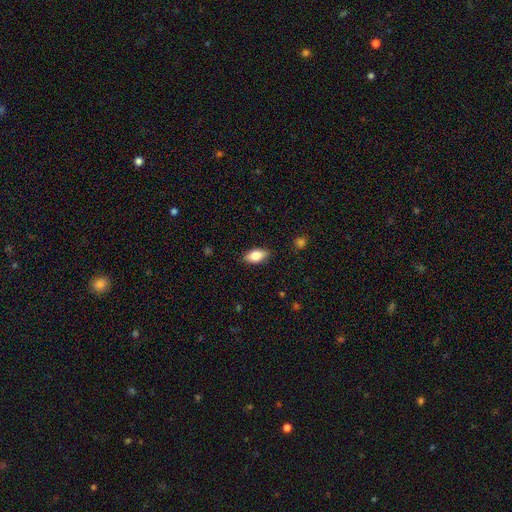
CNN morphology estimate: Smooth or featured?
  - smooth: 78% *
  - featured or disk: 15%
  - star or artifact: 7%
How rounded?
  - in between: 88% *
  - cigar-shaped: 7%
  - round: 5%
Merging?
  - none: 86% *
  - minor disturbance: 11%
  - major disturbance: 2%
  - merger: 1%